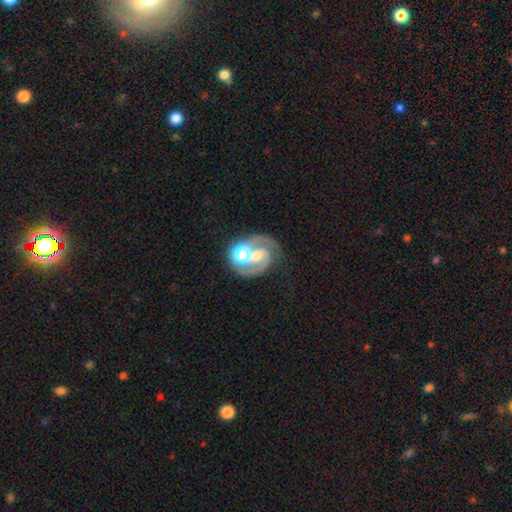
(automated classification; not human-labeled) Smooth or featured?
  - featured or disk: 78% *
  - smooth: 14%
  - star or artifact: 9%
Edge-on disk?
  - no: 98% *
  - yes: 2%
Bar?
  - no: 49% *
  - weak: 35%
  - strong: 16%
Spiral arms?
  - yes: 92% *
  - no: 8%
Spiral winding?
  - medium: 50% *
  - tight: 34%
  - loose: 16%
Spiral arm count?
  - 2: 76% *
  - 1: 15%
  - can't tell: 5%
  - 3: 2%
  - 4: 1%
  - more than 4: 1%
Bulge size?
  - moderate: 51% *
  - small: 23%
  - large: 17%
  - none: 6%
  - dominant: 3%
Merging?
  - none: 44% *
  - merger: 32%
  - minor disturbance: 13%
  - major disturbance: 11%